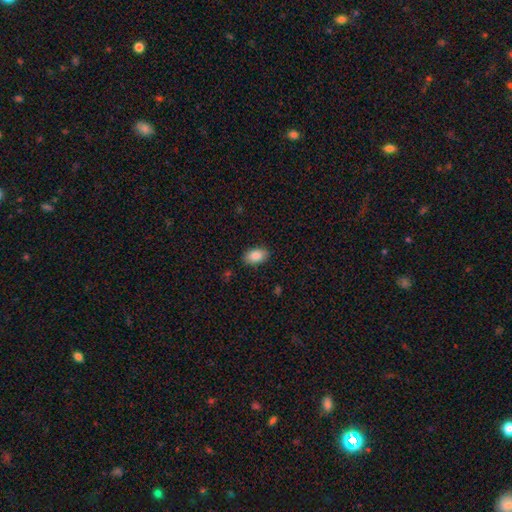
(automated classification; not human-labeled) This appears to be a smooth galaxy with no disk features (87%) that is in between round and cigar-shaped (92%). Merging: none (86%).